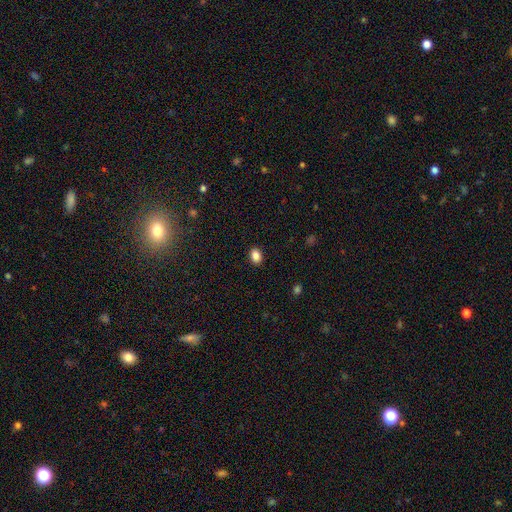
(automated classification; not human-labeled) A smooth galaxy with no disk features (87%) that is in between round and cigar-shaped (78%). Merging: none (90%).